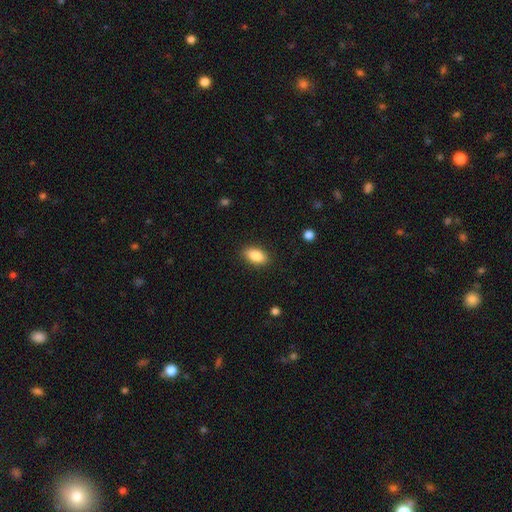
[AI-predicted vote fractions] The model was most divided on "merging": none: 88%, minor disturbance: 9%, major disturbance: 2%, merger: 1%. More confident: how rounded — in between (90%); smooth or featured — smooth (87%).